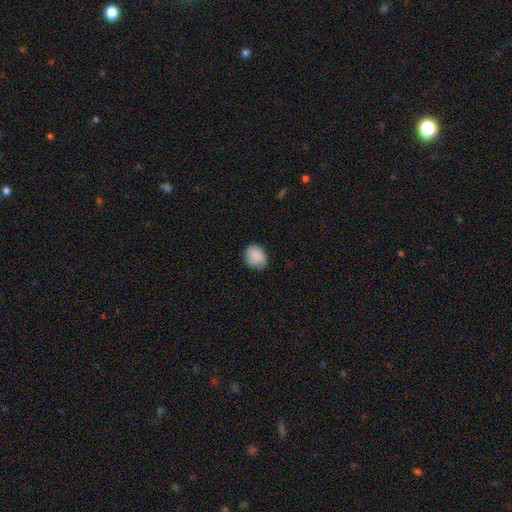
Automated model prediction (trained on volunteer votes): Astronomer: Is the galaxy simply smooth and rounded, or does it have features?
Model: smooth — 87%.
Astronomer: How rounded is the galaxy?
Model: in between — 51% (runner-up: round, 49%).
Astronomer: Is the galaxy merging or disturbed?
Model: none — 72%.